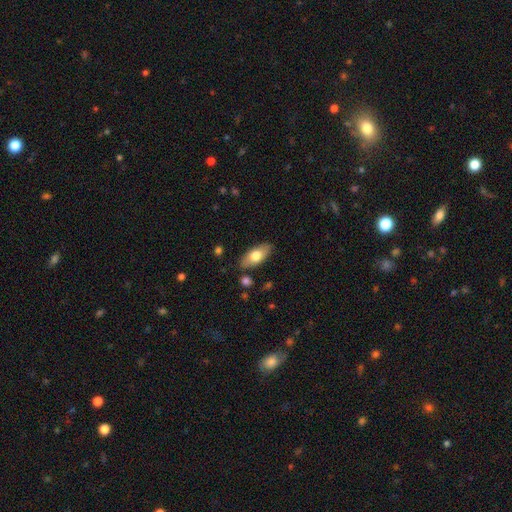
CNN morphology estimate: Smooth or featured: smooth — 71% (featured or disk — 23%)
How rounded: in between — 88% (cigar-shaped — 10%)
Merging: none — 85% (minor disturbance — 11%)